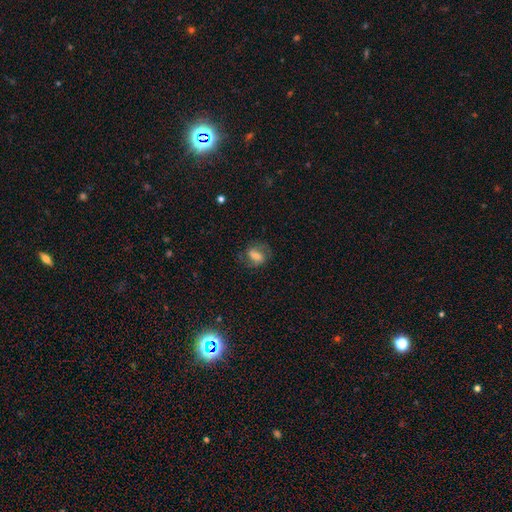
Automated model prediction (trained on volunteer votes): Smooth or featured?
  - smooth: 54% *
  - featured or disk: 37%
  - star or artifact: 10%
How rounded?
  - in between: 73% *
  - round: 23%
  - cigar-shaped: 4%
Merging?
  - none: 65% *
  - minor disturbance: 20%
  - major disturbance: 13%
  - merger: 2%